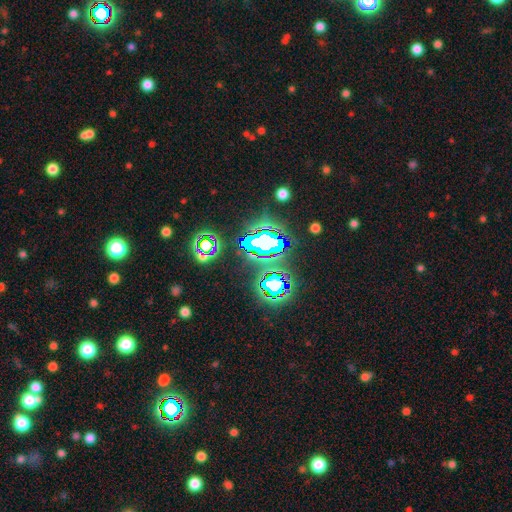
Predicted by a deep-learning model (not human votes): Morphology: type=star or artifact (81%).